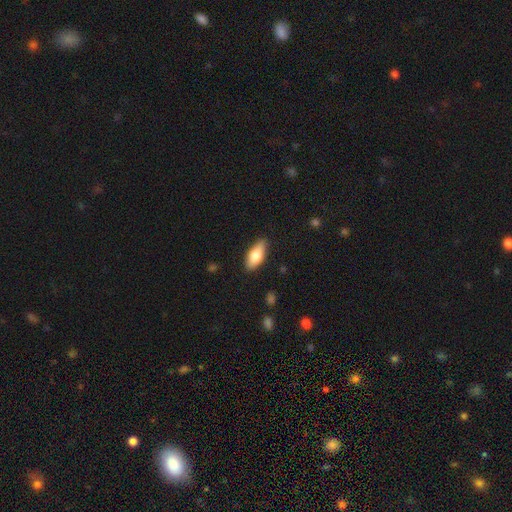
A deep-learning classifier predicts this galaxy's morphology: smooth 75%, featured or disk 19%, star or artifact 6%. Down the decision tree: how rounded — in between (80%); merging — none (86%).